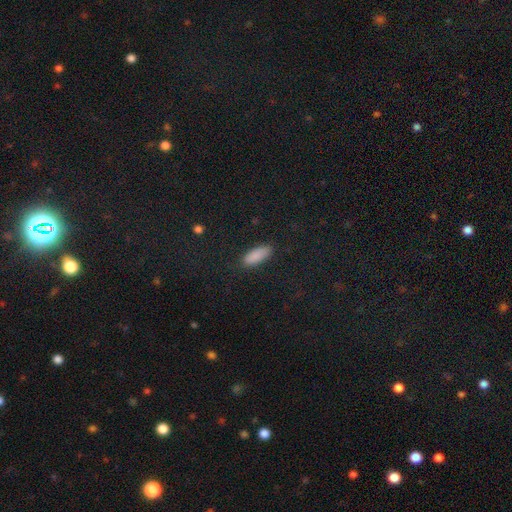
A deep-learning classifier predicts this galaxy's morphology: This appears to be a smooth galaxy with no disk features (89%) that is in between round and cigar-shaped (71%). Merging: none (87%).